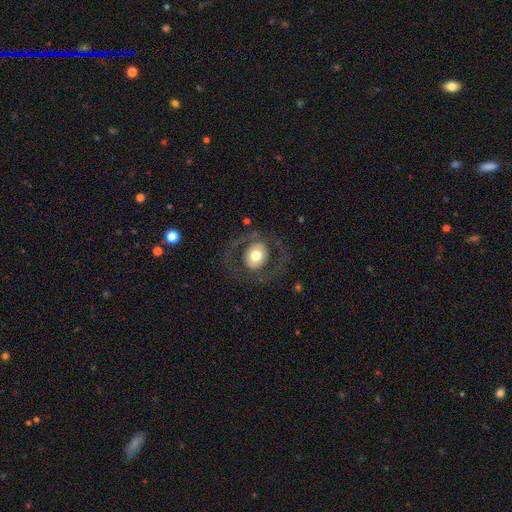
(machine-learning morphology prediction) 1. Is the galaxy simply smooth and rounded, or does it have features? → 50% featured or disk, 43% smooth, 7% star or artifact.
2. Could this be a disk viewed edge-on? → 95% no, 5% yes.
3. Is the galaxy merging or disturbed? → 74% none, 14% major disturbance, 11% minor disturbance, 1% merger.